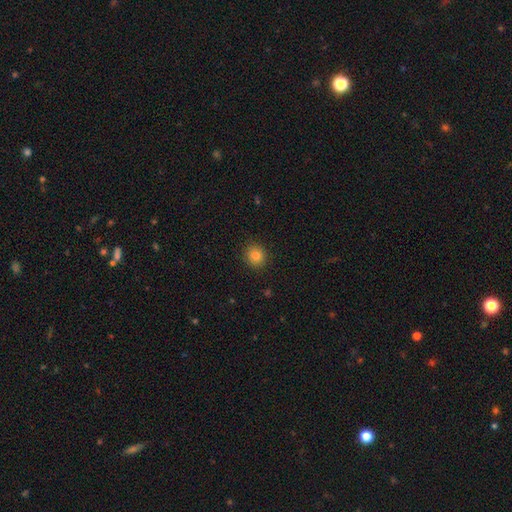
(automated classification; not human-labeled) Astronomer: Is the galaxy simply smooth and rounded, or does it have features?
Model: smooth — 83%.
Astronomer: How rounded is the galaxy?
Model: round — 86%.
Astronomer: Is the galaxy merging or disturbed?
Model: none — 90%.